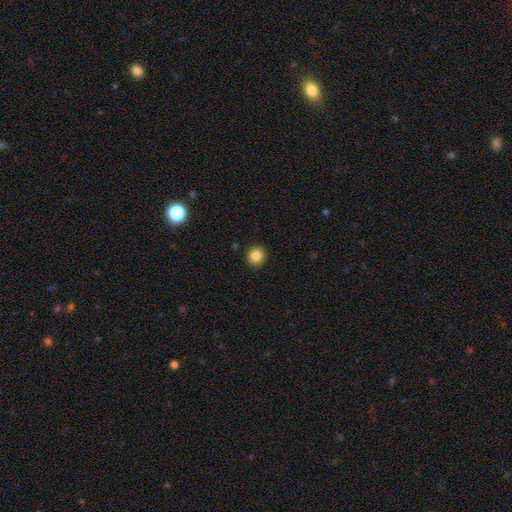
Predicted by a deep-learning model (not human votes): Q: Smooth or featured?
A: smooth (84%); runner-up: star or artifact (11%)
Q: How rounded?
A: round (87%); runner-up: in between (12%)
Q: Merging?
A: none (91%); runner-up: minor disturbance (6%)